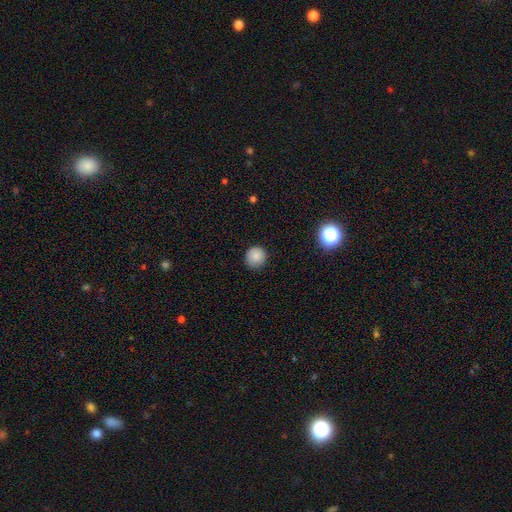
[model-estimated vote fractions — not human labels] smooth_or_featured: smooth (p=0.85) [alt: star or artifact p=0.10]
how_rounded: round (p=0.93) [alt: in between p=0.06]
merging: none (p=0.88) [alt: minor disturbance p=0.09]